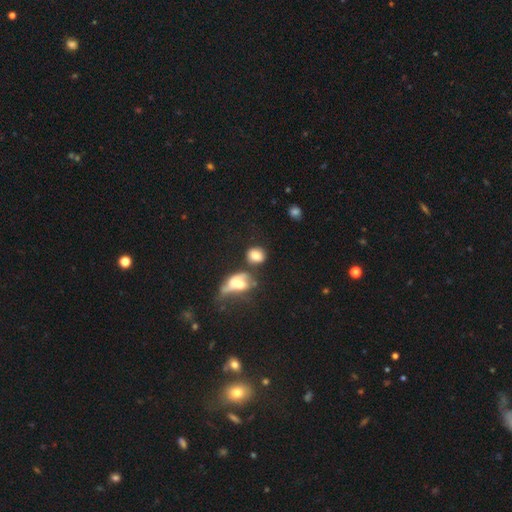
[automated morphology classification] type=smooth (74%); roundness=round (65%); merging=none (51%).